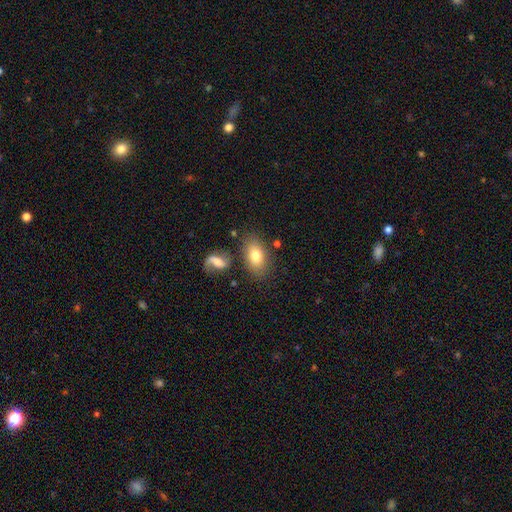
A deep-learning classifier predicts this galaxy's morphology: smooth-or-featured: smooth: 75% | featured or disk: 17% | star or artifact: 8%
  how-rounded: in between: 87% | round: 11% | cigar-shaped: 2%
  merging: none: 76% | minor disturbance: 14% | merger: 6% | major disturbance: 4%